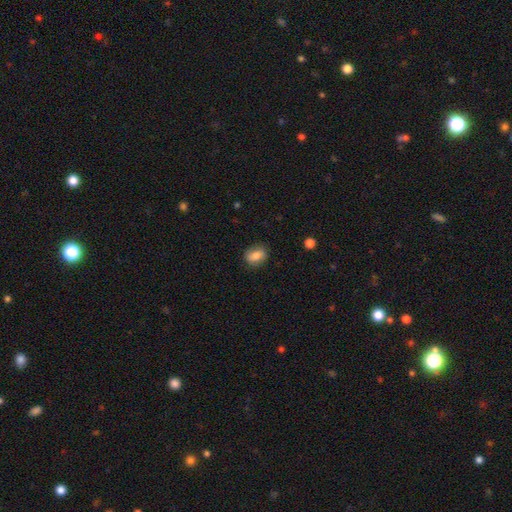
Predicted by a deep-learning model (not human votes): smooth 76%, featured or disk 15%, star or artifact 8%. Down the decision tree: how rounded — in between (62%); merging — none (81%).